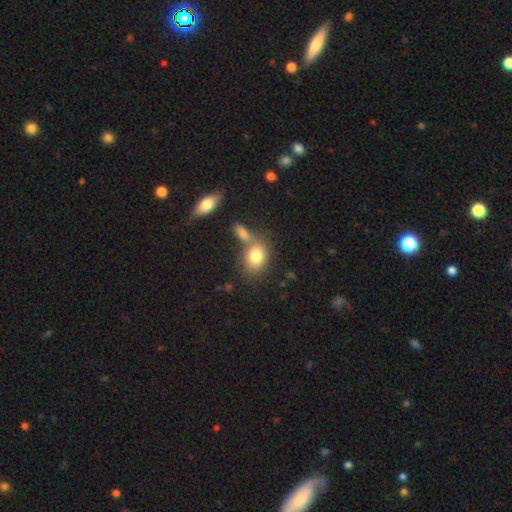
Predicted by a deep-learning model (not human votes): This is clearly a smooth galaxy (81%). How rounded: likely in between (64%). Merging: possibly none (50%).